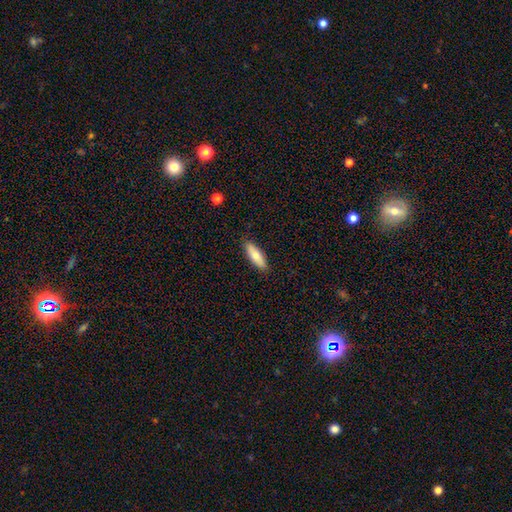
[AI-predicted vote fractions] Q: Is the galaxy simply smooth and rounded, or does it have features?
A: smooth — 77%.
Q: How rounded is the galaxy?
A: in between — 56%.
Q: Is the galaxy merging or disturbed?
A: none — 88%.